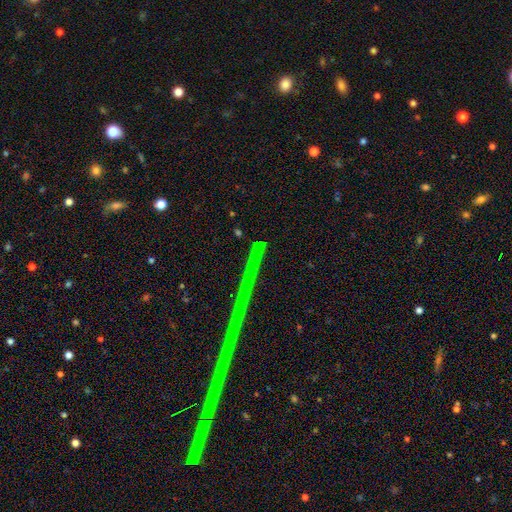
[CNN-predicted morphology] The model was most divided on "smooth or featured": star or artifact: 76%, featured or disk: 13%, smooth: 11%.